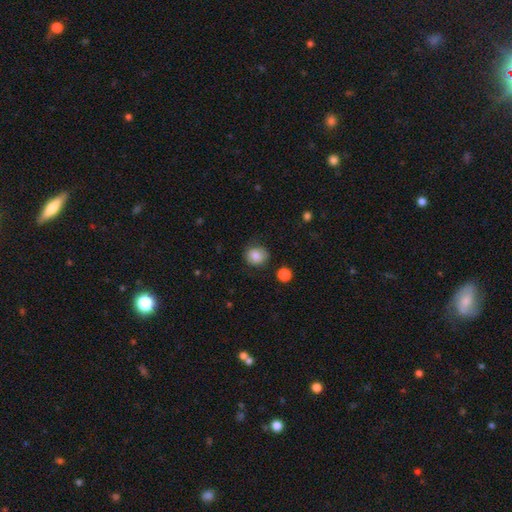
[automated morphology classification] The model was most divided on "how rounded": round: 76%, in between: 23%, cigar-shaped: 1%. More confident: smooth or featured — smooth (81%); merging — none (79%).